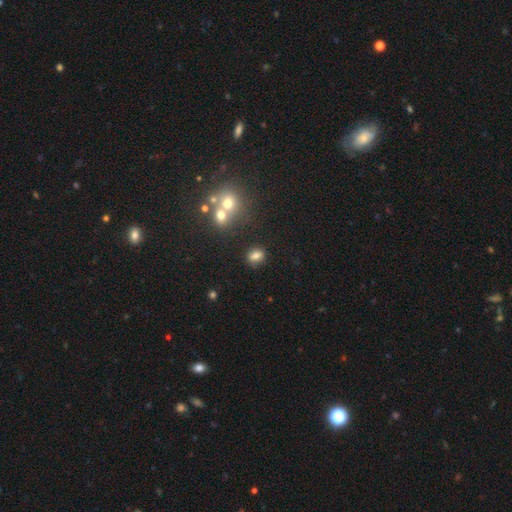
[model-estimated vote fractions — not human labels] smooth 79%, star or artifact 13%, featured or disk 8%. Down the decision tree: how rounded — in between (61%); merging — none (76%).